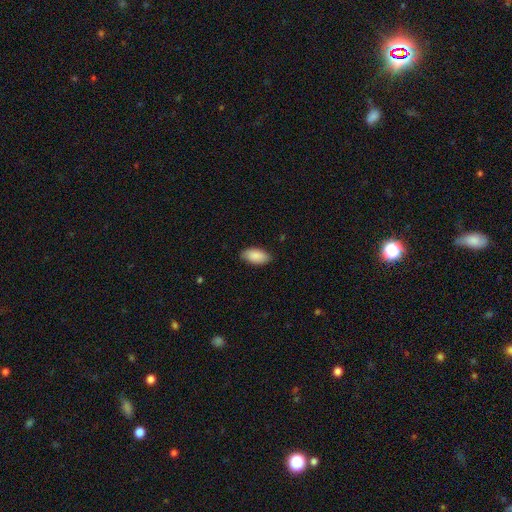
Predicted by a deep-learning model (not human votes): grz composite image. It shows a smooth galaxy with no disk features (89%) that is in between round and cigar-shaped (94%). Merging: none (84%).